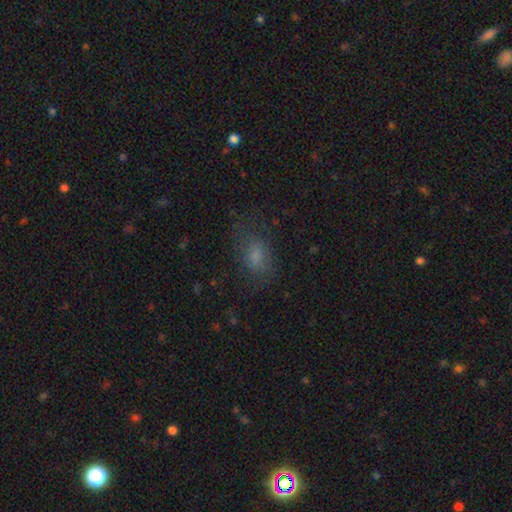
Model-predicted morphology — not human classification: Q: Smooth or featured?
A: smooth (70%); runner-up: featured or disk (15%)
Q: How rounded?
A: in between (81%); runner-up: round (15%)
Q: Merging?
A: none (62%); runner-up: minor disturbance (21%)